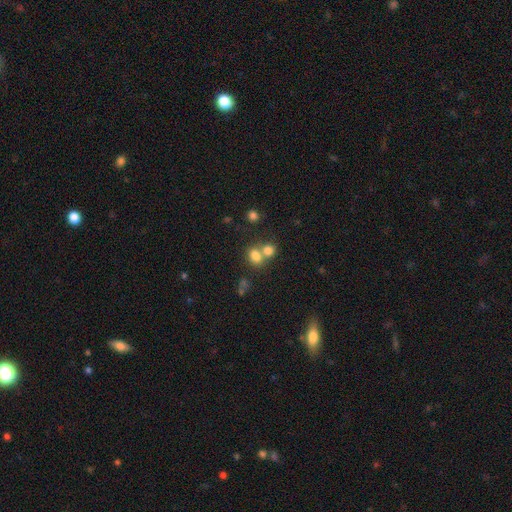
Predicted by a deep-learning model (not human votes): Smooth or featured? smooth (76%)
How rounded? in between (50%)
Merging? merger (50%)